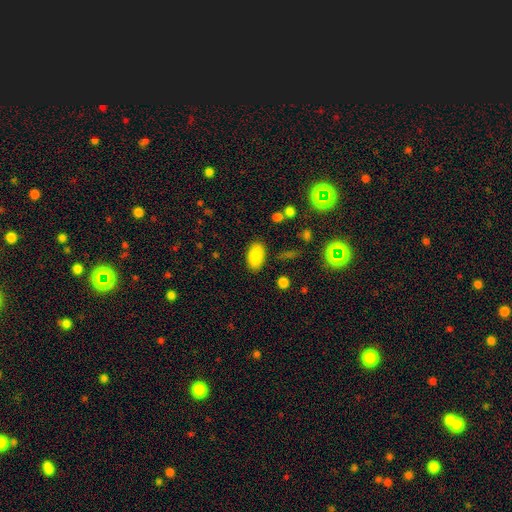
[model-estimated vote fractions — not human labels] smooth 86%, star or artifact 9%, featured or disk 5%. Down the decision tree: how rounded — in between (93%); merging — none (86%).